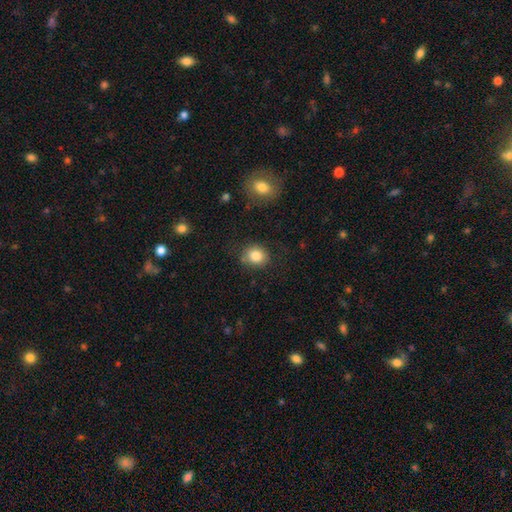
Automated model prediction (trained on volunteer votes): Q: Smooth or featured?
A: smooth (84%); runner-up: star or artifact (10%)
Q: How rounded?
A: round (71%); runner-up: in between (28%)
Q: Merging?
A: none (77%); runner-up: minor disturbance (15%)